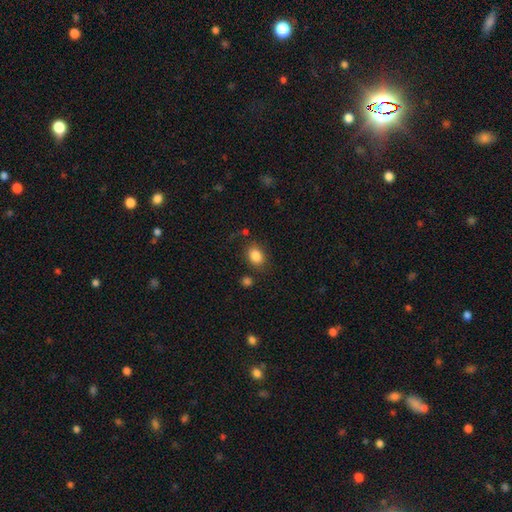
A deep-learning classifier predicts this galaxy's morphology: smooth-or-featured: smooth: 85% | star or artifact: 9% | featured or disk: 6%
  how-rounded: in between: 60% | round: 39% | cigar-shaped: 1%
  merging: none: 76% | minor disturbance: 14% | major disturbance: 5% | merger: 5%